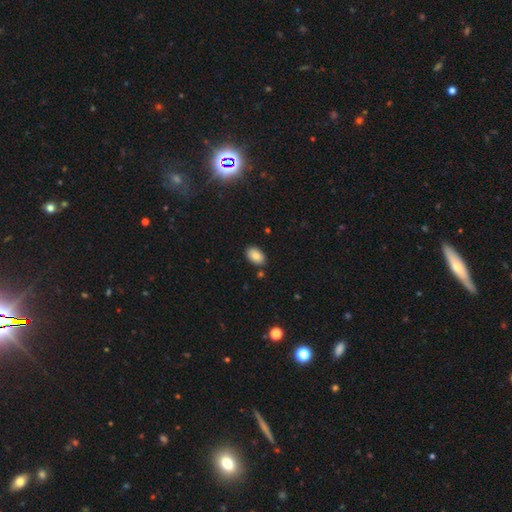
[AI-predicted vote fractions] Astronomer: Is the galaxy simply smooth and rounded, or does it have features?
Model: smooth — 85%.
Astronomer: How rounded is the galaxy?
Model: in between — 90%.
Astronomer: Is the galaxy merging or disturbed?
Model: none — 84%.